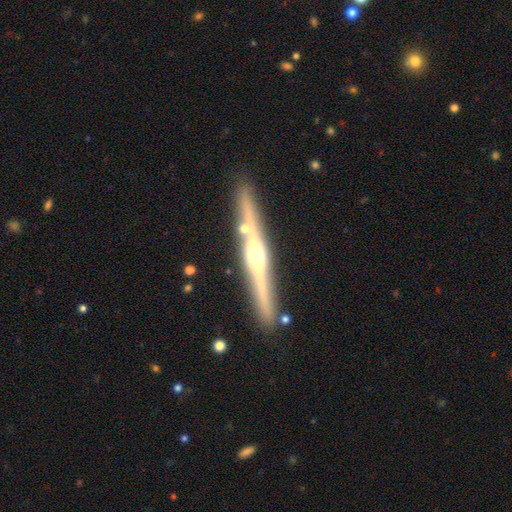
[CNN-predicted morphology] The model was most divided on "smooth or featured": featured or disk: 79%, smooth: 15%, star or artifact: 6%. More confident: edge-on disk — yes (97%); merging — none (86%); edge-on bulge — rounded (85%).